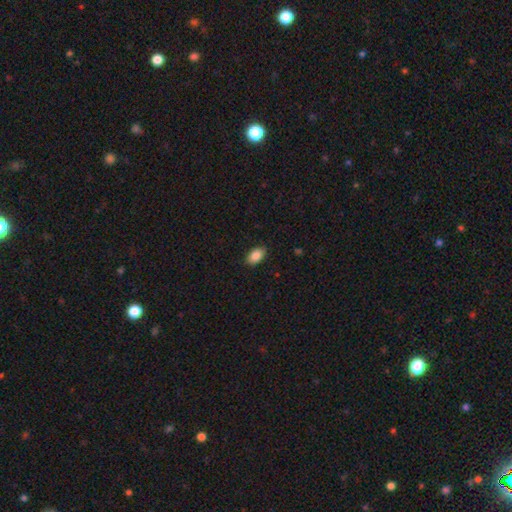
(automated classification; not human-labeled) This appears to be a smooth galaxy with no disk features (87%) that is in between round and cigar-shaped (92%). Merging: none (86%).